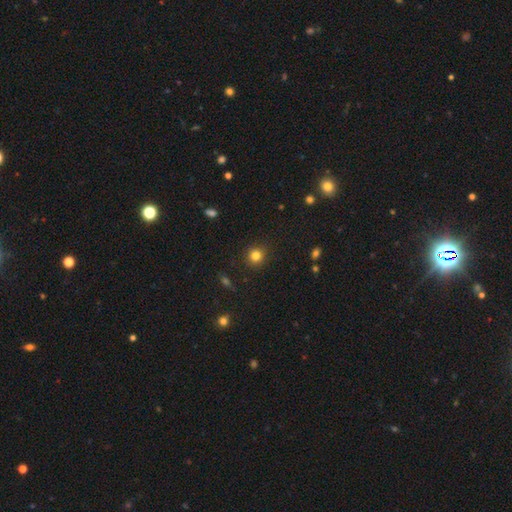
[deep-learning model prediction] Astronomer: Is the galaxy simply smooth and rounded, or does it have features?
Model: smooth — 82%.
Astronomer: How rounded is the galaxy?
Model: round — 91%.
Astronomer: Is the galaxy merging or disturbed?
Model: none — 90%.